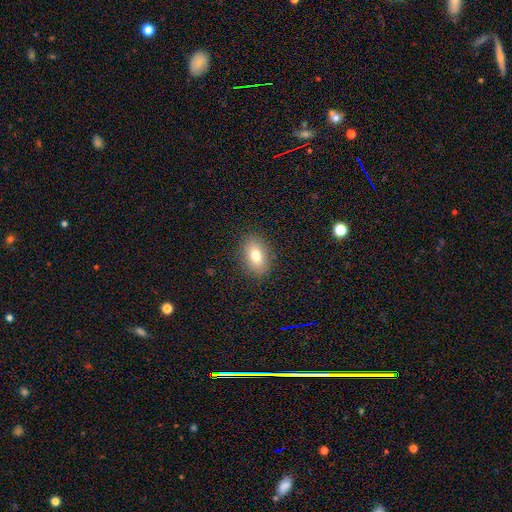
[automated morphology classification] smooth_or_featured: smooth (p=0.75) [alt: featured or disk p=0.15]
how_rounded: in between (p=0.85) [alt: round p=0.13]
merging: none (p=0.88) [alt: minor disturbance p=0.09]